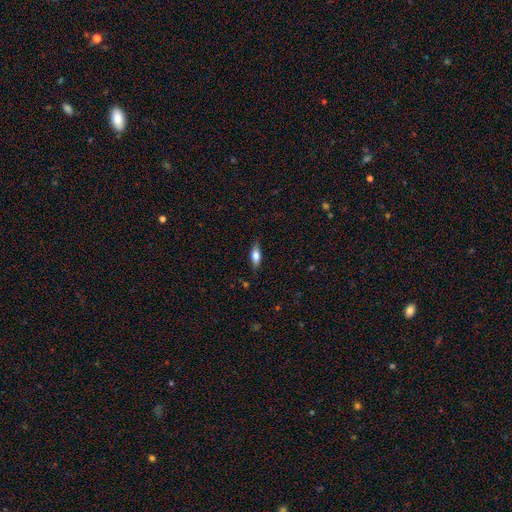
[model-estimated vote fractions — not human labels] Overall: smooth (62%; featured or disk 30%). How rounded: in between (66%; cigar-shaped 30%). Merging: none (82%).